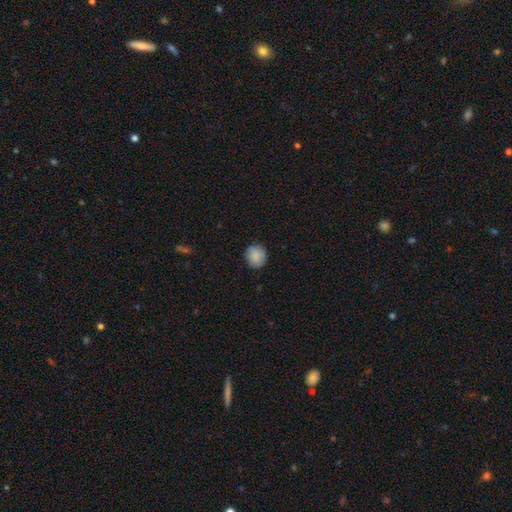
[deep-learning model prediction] A smooth galaxy with no disk features (86%) that is round (78%).

Vote fractions:
- Smooth or featured? smooth: 86% / star or artifact: 7% / featured or disk: 7%
- How rounded? round: 78% / in between: 21% / cigar-shaped: 1%
- Merging? none: 85% / minor disturbance: 11% / major disturbance: 2% / merger: 1%